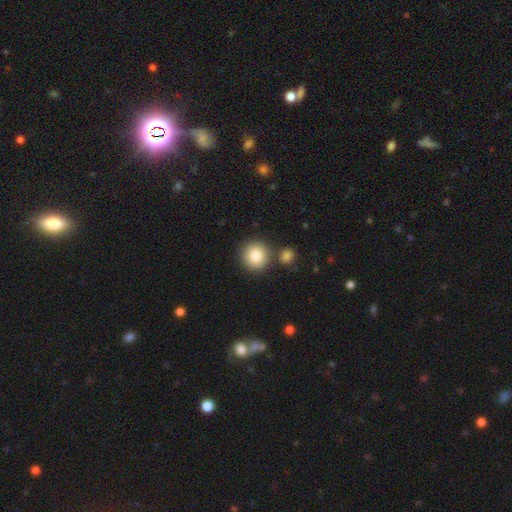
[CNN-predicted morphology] smooth_or_featured: smooth (p=0.84) [alt: star or artifact p=0.08]
how_rounded: round (p=0.93) [alt: in between p=0.07]
merging: none (p=0.75) [alt: merger p=0.15]